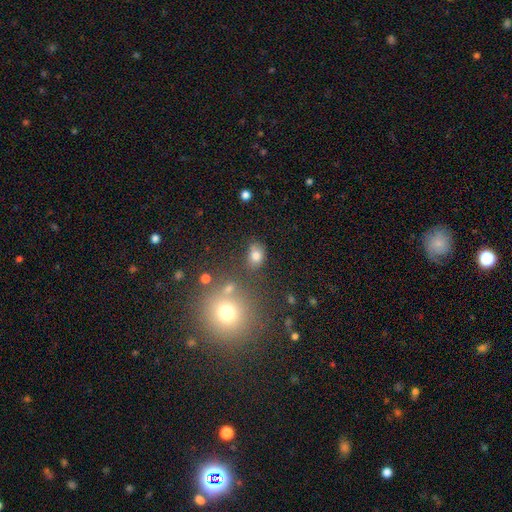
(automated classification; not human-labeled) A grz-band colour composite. It shows a smooth galaxy with no disk features (78%) that is in between round and cigar-shaped (69%). Merging: none (68%).